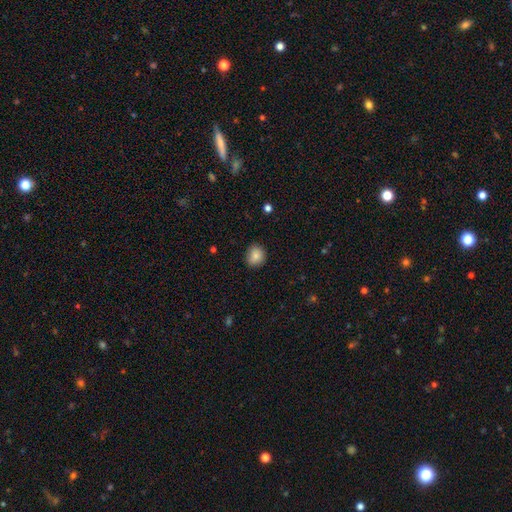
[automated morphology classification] smooth_or_featured: smooth (p=0.85) [alt: star or artifact p=0.09]
how_rounded: round (p=0.76) [alt: in between p=0.23]
merging: none (p=0.84) [alt: minor disturbance p=0.12]